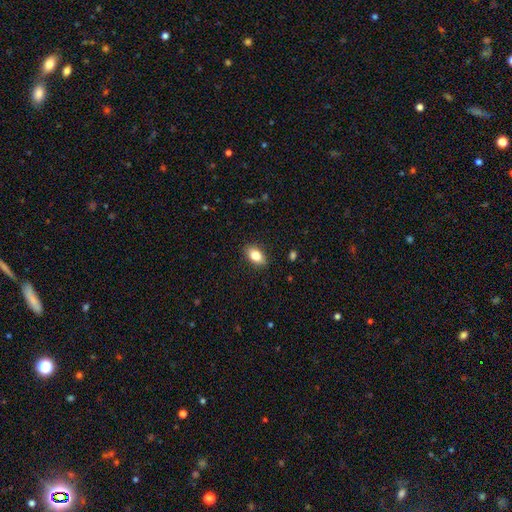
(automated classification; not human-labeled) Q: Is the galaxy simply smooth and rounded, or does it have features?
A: smooth — 83%.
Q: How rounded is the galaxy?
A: in between — 89%.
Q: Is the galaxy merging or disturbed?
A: none — 88%.